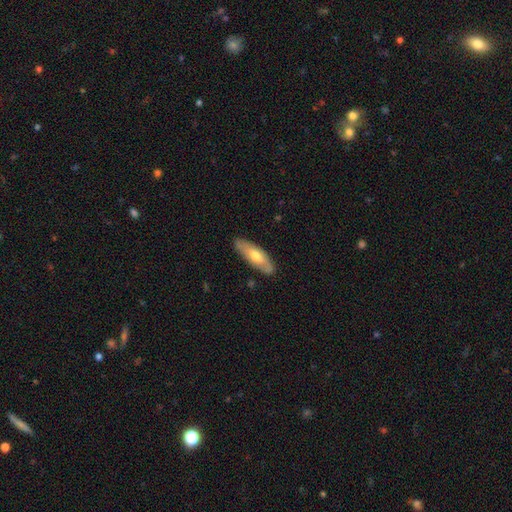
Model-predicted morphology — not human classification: smooth 53%, featured or disk 42%, star or artifact 5%. Down the decision tree: how rounded — in between (59%); merging — none (85%).